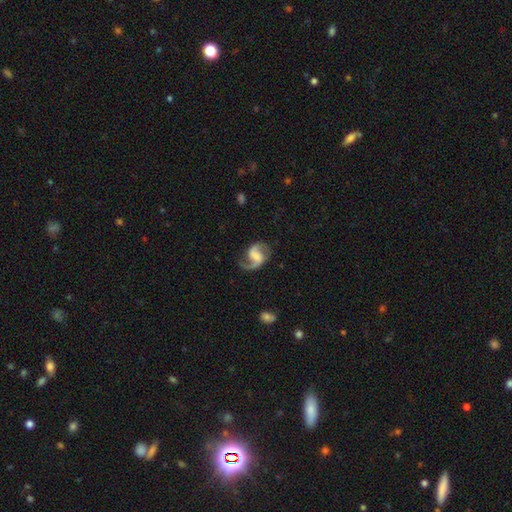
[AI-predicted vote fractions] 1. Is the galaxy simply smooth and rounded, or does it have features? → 86% featured or disk, 9% smooth, 5% star or artifact.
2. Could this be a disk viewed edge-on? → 98% no, 2% yes.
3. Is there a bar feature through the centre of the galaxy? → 48% weak, 27% strong, 25% no.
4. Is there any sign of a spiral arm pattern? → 96% yes, 4% no.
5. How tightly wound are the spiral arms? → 45% medium (tied), 45% loose (tied), 9% tight.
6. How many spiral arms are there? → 85% 2, 10% 1, 2% can't tell, 1% 3, 1% 4, 1% more than 4.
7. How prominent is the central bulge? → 39% none, 22% moderate, 21% small, 15% large, 2% dominant.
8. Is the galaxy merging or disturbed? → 69% none, 17% minor disturbance, 12% major disturbance, 2% merger.